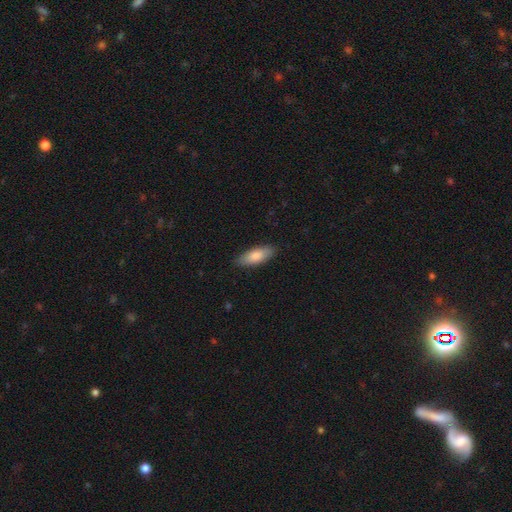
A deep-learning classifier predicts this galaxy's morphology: Smooth or featured?
  - smooth: 82% *
  - featured or disk: 12%
  - star or artifact: 5%
How rounded?
  - in between: 73% *
  - cigar-shaped: 26%
  - round: 2%
Merging?
  - none: 88% *
  - minor disturbance: 10%
  - major disturbance: 2%
  - merger: 1%